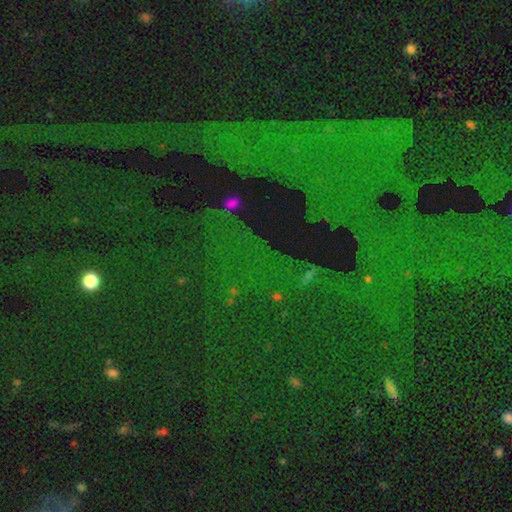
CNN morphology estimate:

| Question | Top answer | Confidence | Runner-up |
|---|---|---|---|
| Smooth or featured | star or artifact | 84% | smooth (9%) |